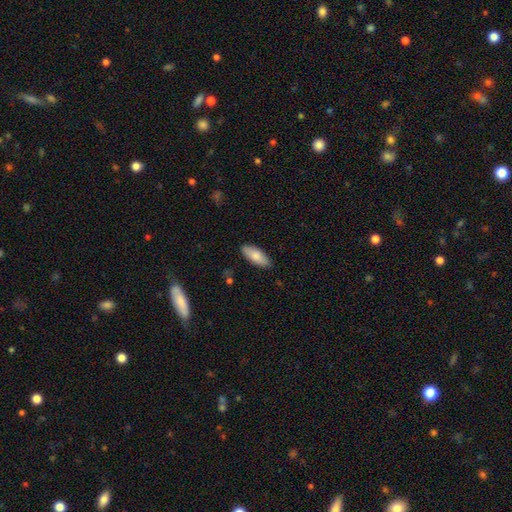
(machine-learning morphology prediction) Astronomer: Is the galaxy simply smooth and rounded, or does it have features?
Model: smooth — 80%.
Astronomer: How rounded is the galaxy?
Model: in between — 78%.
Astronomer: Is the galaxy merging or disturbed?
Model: none — 86%.